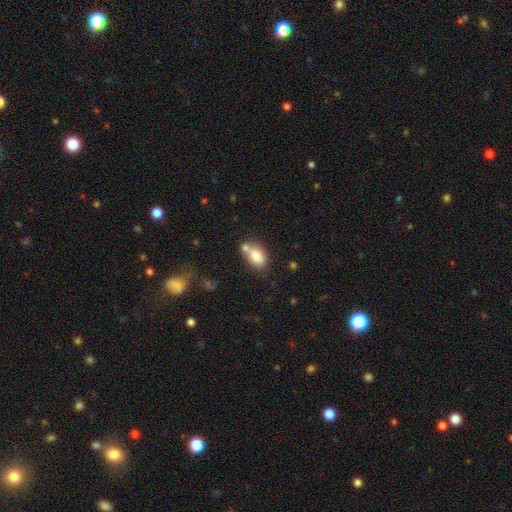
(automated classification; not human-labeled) Smooth or featured?
  - smooth: 79% *
  - featured or disk: 13%
  - star or artifact: 8%
How rounded?
  - in between: 88% *
  - round: 9%
  - cigar-shaped: 3%
Merging?
  - none: 43% *
  - merger: 34%
  - minor disturbance: 17%
  - major disturbance: 6%